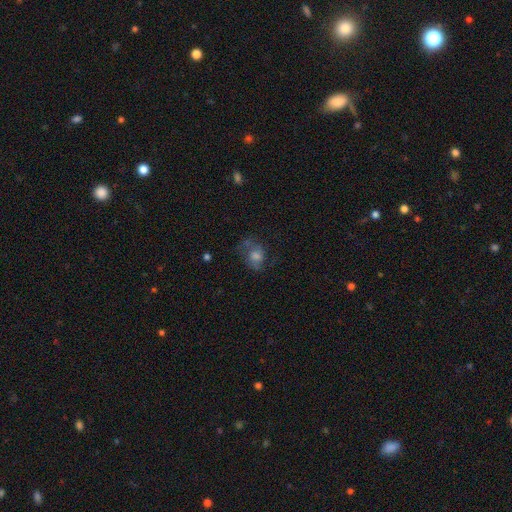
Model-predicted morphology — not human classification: Smooth or featured?
  - featured or disk: 44% *
  - smooth: 39%
  - star or artifact: 17%
Merging?
  - none: 56% *
  - minor disturbance: 21%
  - major disturbance: 19%
  - merger: 3%